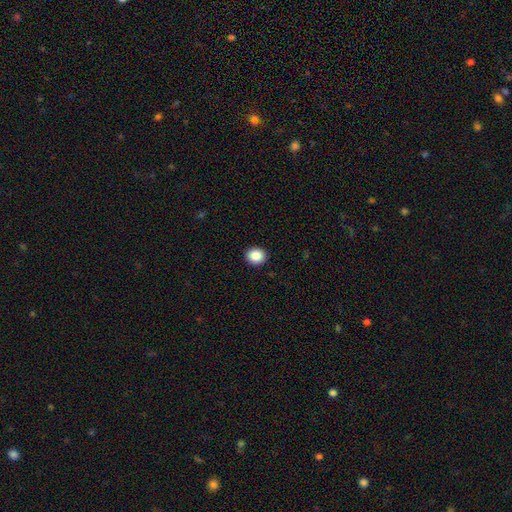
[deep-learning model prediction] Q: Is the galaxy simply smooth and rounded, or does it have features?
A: smooth — 87%.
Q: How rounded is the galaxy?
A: round — 78%.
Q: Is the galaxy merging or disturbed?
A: none — 92%.